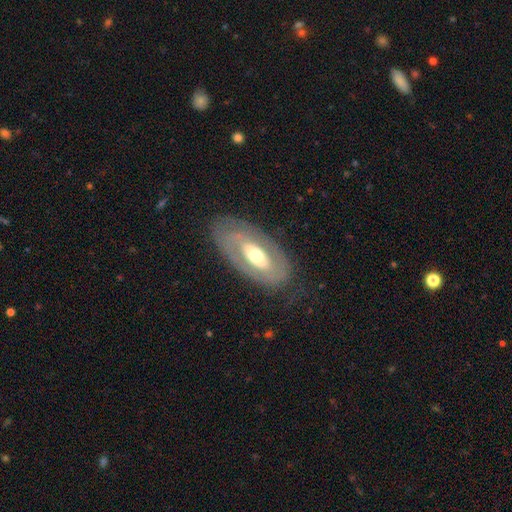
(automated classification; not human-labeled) smooth_or_featured: featured or disk (p=0.66) [alt: smooth p=0.28]
disk_edge_on: no (p=0.89) [alt: yes p=0.11]
bar: no (p=0.65) [alt: weak p=0.22]
has_spiral_arms: no (p=0.61) [alt: yes p=0.39]
bulge_size: moderate (p=0.60) [alt: small p=0.22]
merging: none (p=0.75) [alt: minor disturbance p=0.15]